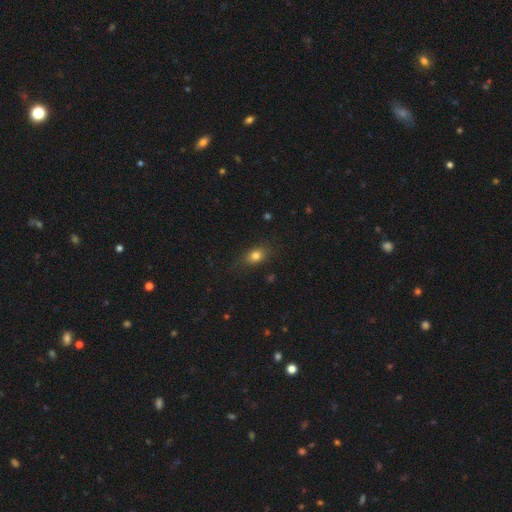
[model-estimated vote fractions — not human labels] Smooth or featured: smooth — 80% (star or artifact — 12%)
How rounded: in between — 69% (round — 27%)
Merging: none — 81% (minor disturbance — 14%)